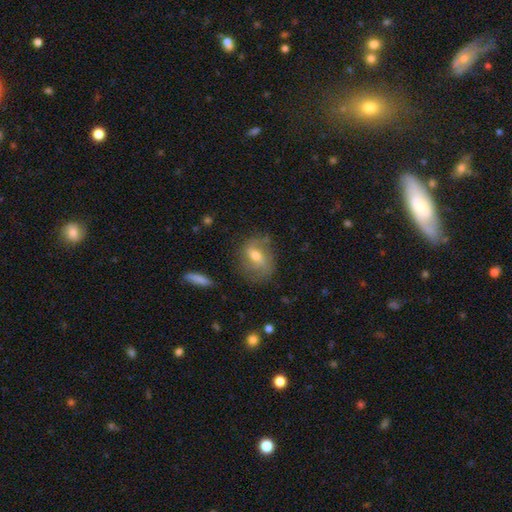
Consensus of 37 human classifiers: smooth_or_featured: featured or disk (p=0.54) [alt: smooth p=0.41]
disk_edge_on: no (p=0.85) [alt: yes p=0.15]
bar: weak (p=0.59) [alt: strong p=0.24]
has_spiral_arms: yes (p=0.59) [alt: no p=0.41]
spiral_winding: medium (p=0.50) [alt: tight p=0.30]
spiral_arm_count: can't tell (p=0.60) [alt: 2 p=0.30]
bulge_size: moderate (p=0.76) [alt: small p=0.24]
merging: none (p=0.60) [alt: minor disturbance p=0.29]